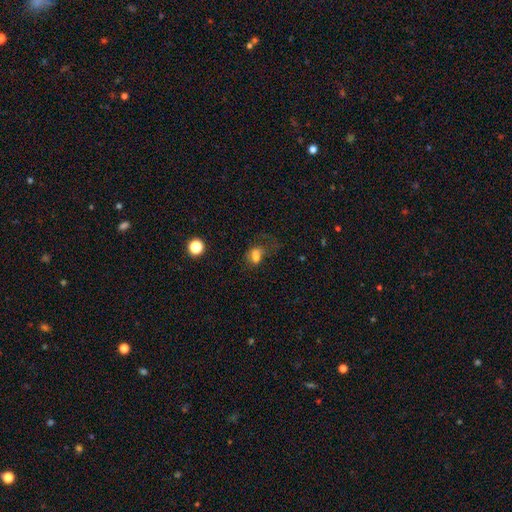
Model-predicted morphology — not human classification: The model was most divided on "merging": merger: 42%, none: 28%, major disturbance: 16%, minor disturbance: 14%. More confident: smooth or featured — smooth (65%); how rounded — in between (57%).